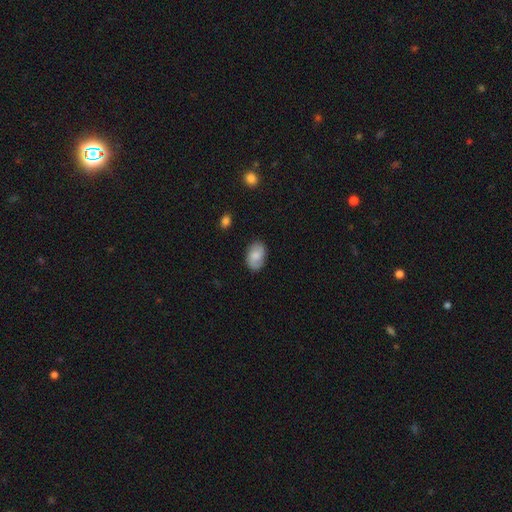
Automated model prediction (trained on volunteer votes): This appears to be a smooth galaxy with no disk features (65%) that is in between round and cigar-shaped (87%). Merging: none (81%).